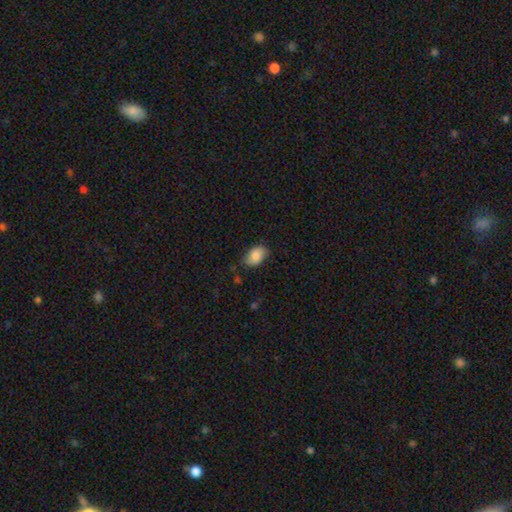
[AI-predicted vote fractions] A smooth galaxy with no disk features (84%) that is in between round and cigar-shaped (89%).

Vote fractions:
- Smooth or featured? smooth: 84% / featured or disk: 9% / star or artifact: 7%
- How rounded? in between: 89% / round: 10% / cigar-shaped: 1%
- Merging? none: 72% / minor disturbance: 22% / major disturbance: 4% / merger: 2%